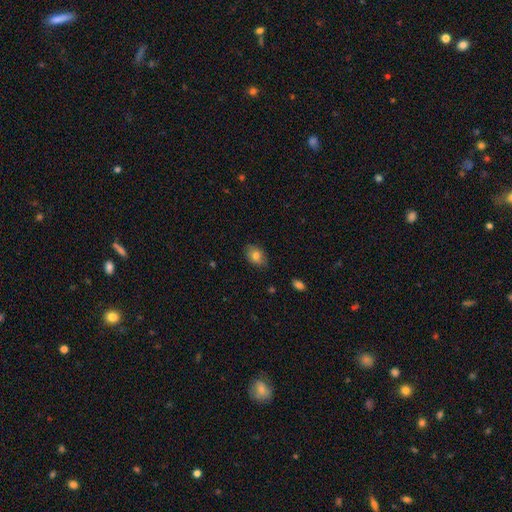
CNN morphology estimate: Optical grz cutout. It shows a smooth galaxy with no disk features (79%) that is in between round and cigar-shaped (76%). Merging: none (82%).